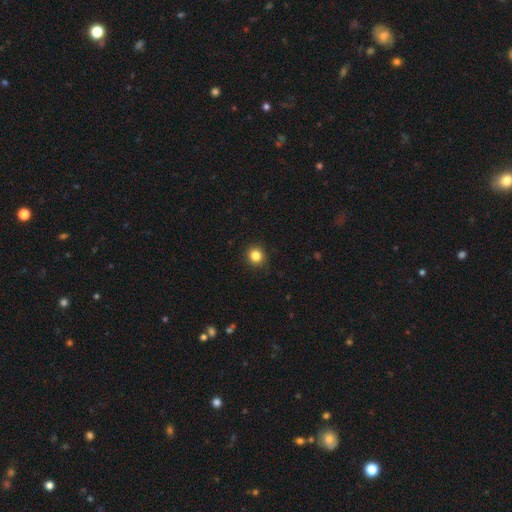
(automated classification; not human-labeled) smooth 84%, star or artifact 12%, featured or disk 4%. Down the decision tree: how rounded — round (90%); merging — none (91%).